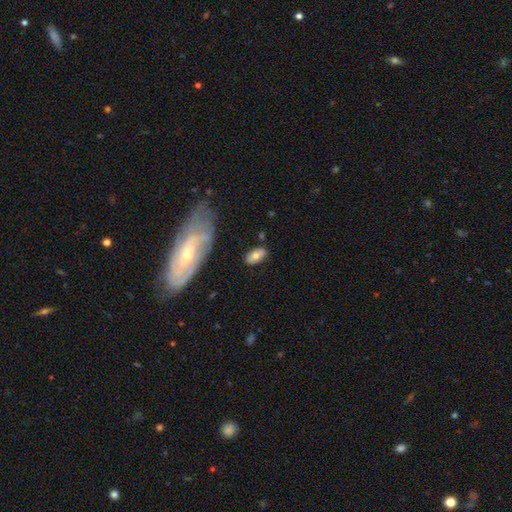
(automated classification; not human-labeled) Smooth or featured? smooth (67%)
How rounded? in between (91%)
Merging? none (77%)